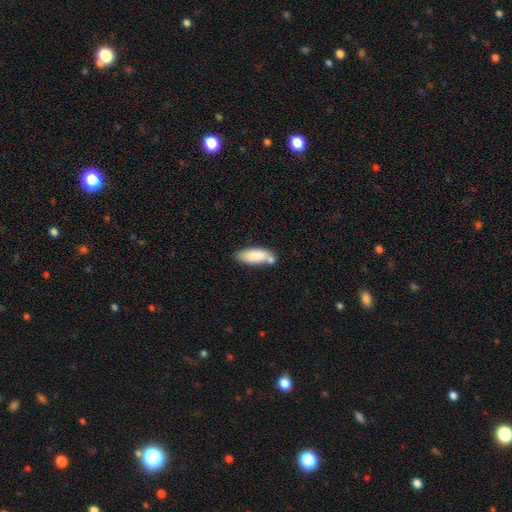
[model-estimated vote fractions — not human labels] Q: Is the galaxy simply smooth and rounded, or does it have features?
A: smooth — 83%.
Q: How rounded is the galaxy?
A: in between — 73%.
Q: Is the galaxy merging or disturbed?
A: none — 51%.